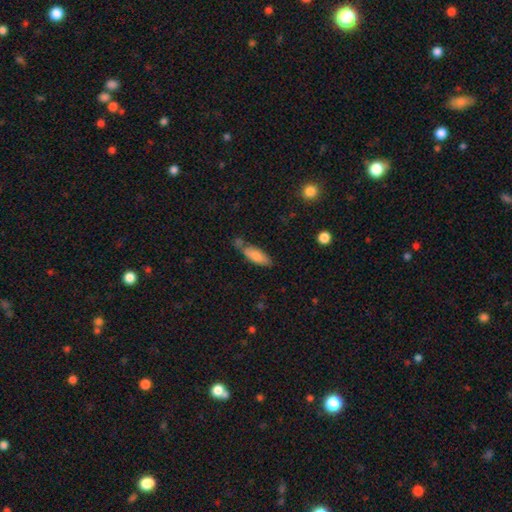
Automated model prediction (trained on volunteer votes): This is clearly a smooth galaxy (82%). How rounded: likely in between (65%). Merging: possibly none (57%).